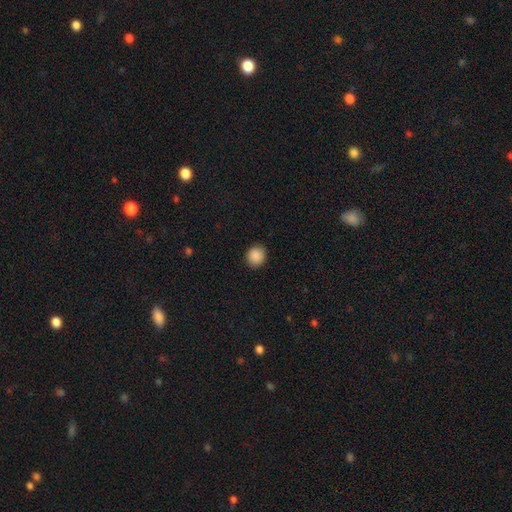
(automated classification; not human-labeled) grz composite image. It shows a smooth galaxy with no disk features (88%) that is round (87%). Merging: none (90%).